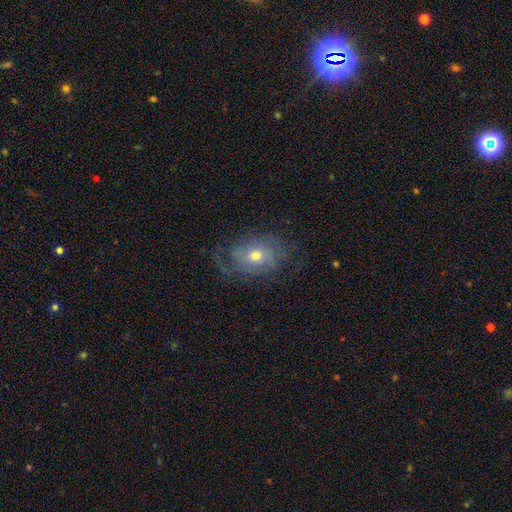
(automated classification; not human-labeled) This appears to be a featured or disk galaxy (60%) with no bar (79%), spiral arms (79%) and a moderate central bulge (65%). Merging: none (64%).